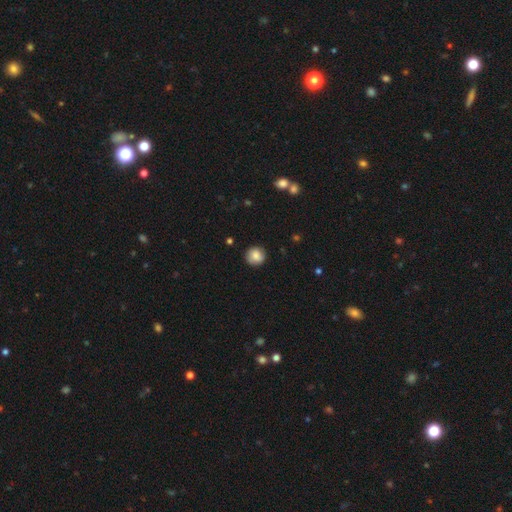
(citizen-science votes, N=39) A smooth galaxy with no disk features (79%) that is round (100%). Merging: none (79%).